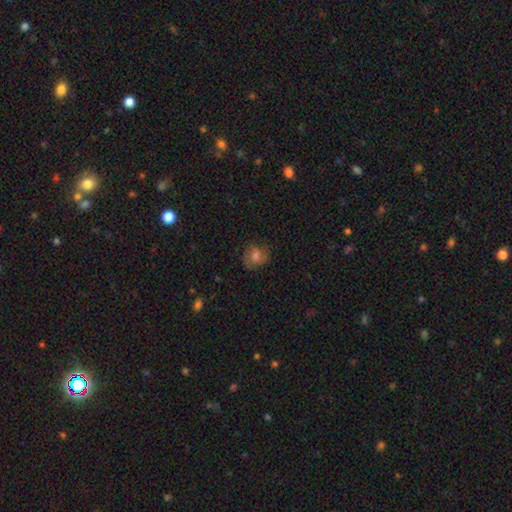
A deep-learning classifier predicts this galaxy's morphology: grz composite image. It shows a smooth galaxy with no disk features (46%). Merging: none (74%).